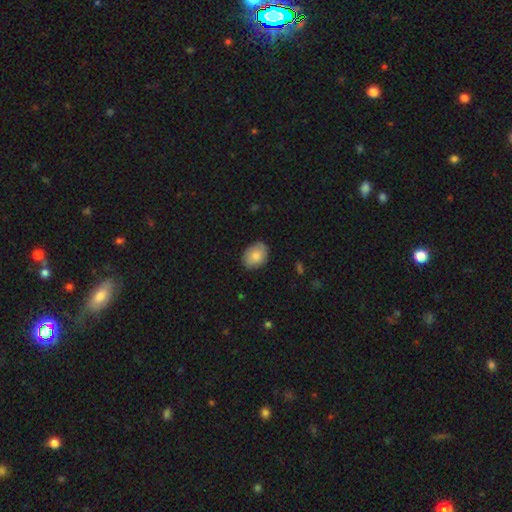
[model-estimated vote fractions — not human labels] Smooth or featured?
  - smooth: 81% *
  - featured or disk: 12%
  - star or artifact: 7%
How rounded?
  - in between: 68% *
  - round: 31%
  - cigar-shaped: 1%
Merging?
  - none: 80% *
  - minor disturbance: 16%
  - major disturbance: 3%
  - merger: 1%